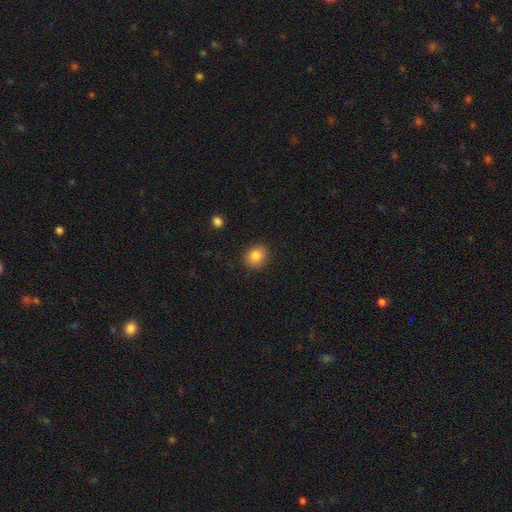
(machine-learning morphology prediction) This is clearly a smooth galaxy (85%). How rounded: likely round (71%). Merging: clearly none (86%).